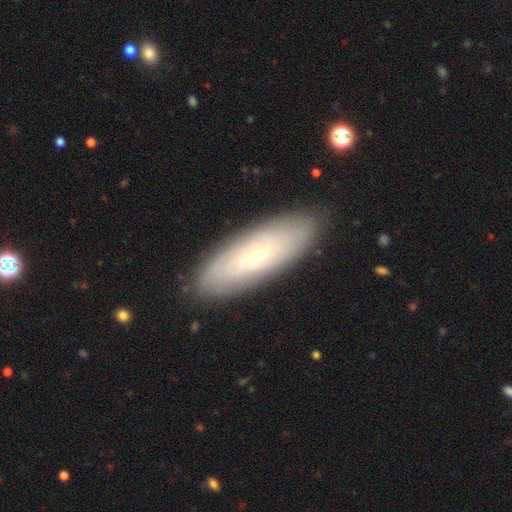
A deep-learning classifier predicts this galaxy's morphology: A featured or disk galaxy (62%). Merging: none (86%).